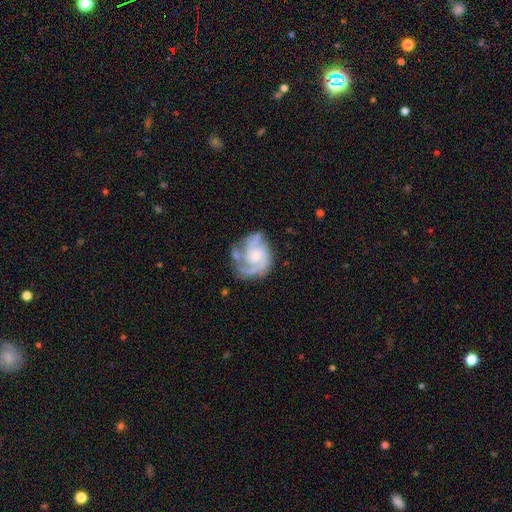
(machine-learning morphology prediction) Overall: featured or disk (87%). Edge-on disk: no (98%). Bar: no (64%; weak 31%). Spiral arms: yes (96%). Spiral arm count: 2 (51%; 3 24%). Spiral winding: tight (46%; medium 44%). Bulge size: small (48%; moderate 38%). Merging: none (59%; minor disturbance 22%).